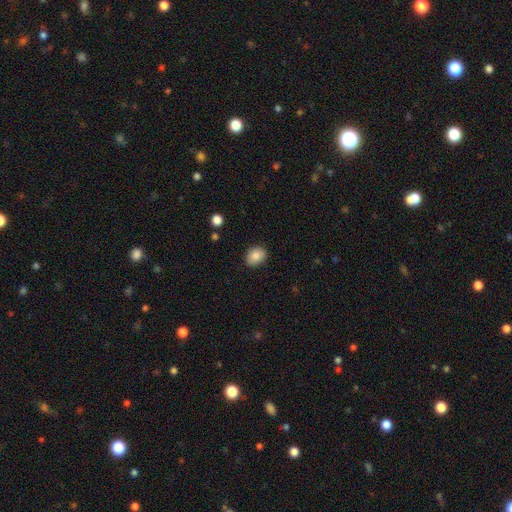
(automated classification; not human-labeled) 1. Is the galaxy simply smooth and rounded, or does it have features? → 85% smooth, 8% star or artifact, 7% featured or disk.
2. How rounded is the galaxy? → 60% in between, 39% round, 1% cigar-shaped.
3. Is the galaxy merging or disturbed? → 87% none, 9% minor disturbance, 2% major disturbance, 1% merger.